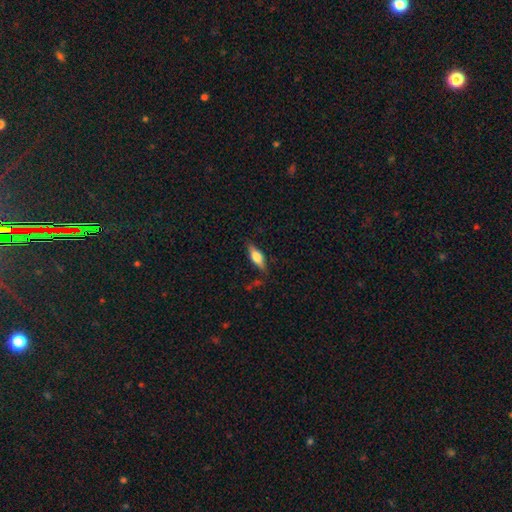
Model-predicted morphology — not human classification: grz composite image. It shows a smooth galaxy with no disk features (51%) that is in between round and cigar-shaped (55%). Merging: none (79%).